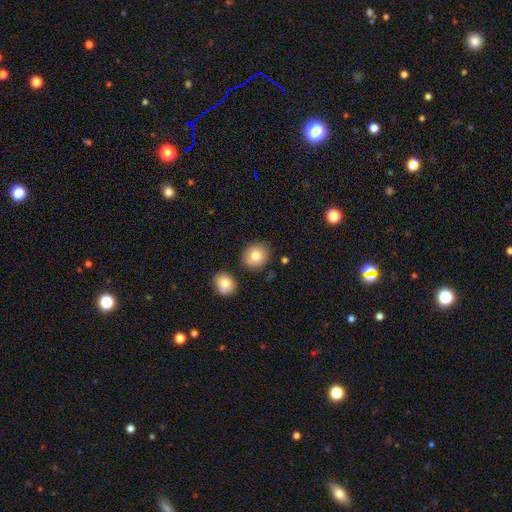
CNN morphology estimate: smooth-or-featured: smooth: 81% | featured or disk: 10% | star or artifact: 9%
  how-rounded: round: 86% | in between: 13% | cigar-shaped: 1%
  merging: none: 83% | minor disturbance: 9% | merger: 6% | major disturbance: 2%